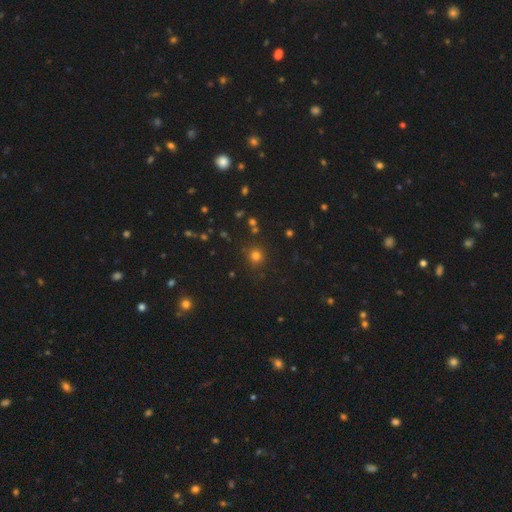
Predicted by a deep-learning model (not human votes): Q: Smooth or featured?
A: smooth (76%); runner-up: star or artifact (19%)
Q: How rounded?
A: round (90%); runner-up: in between (9%)
Q: Merging?
A: none (85%); runner-up: minor disturbance (9%)